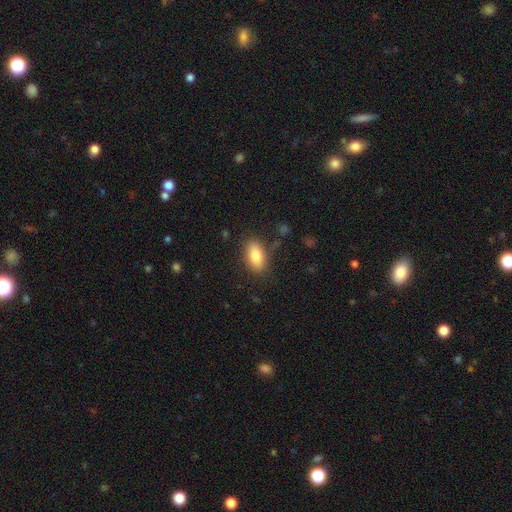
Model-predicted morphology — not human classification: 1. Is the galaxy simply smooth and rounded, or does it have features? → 82% smooth, 11% featured or disk, 7% star or artifact.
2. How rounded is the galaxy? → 89% in between, 6% cigar-shaped, 5% round.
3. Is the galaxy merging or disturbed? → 82% none, 12% minor disturbance, 4% major disturbance, 2% merger.